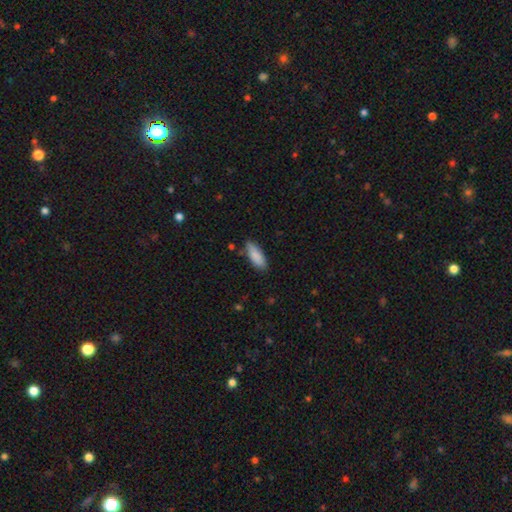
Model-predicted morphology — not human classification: This is clearly a smooth galaxy (88%). How rounded: likely in between (72%). Merging: likely none (79%).